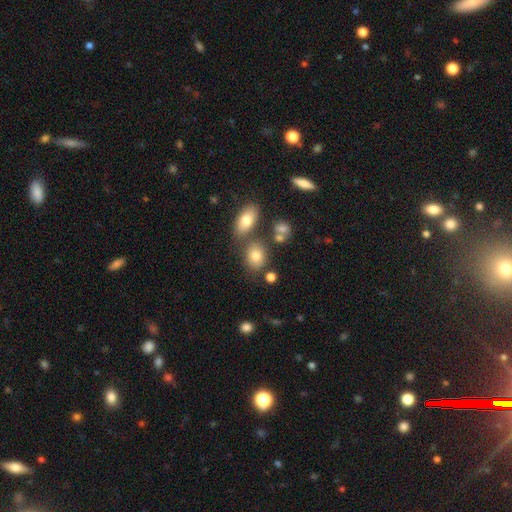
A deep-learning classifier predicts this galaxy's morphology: Q: Smooth or featured?
A: smooth (78%); runner-up: featured or disk (11%)
Q: How rounded?
A: in between (61%); runner-up: round (37%)
Q: Merging?
A: none (66%); runner-up: merger (17%)